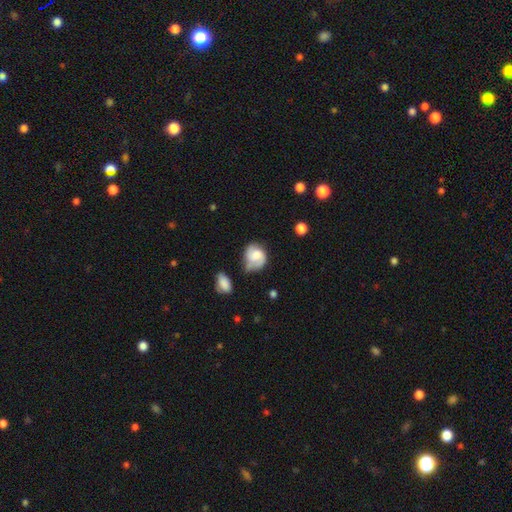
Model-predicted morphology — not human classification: A featured or disk galaxy (51%). Merging: none (46%).